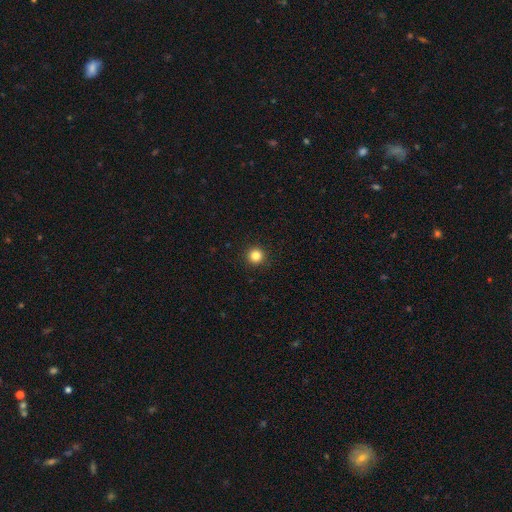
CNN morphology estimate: Q: Smooth or featured?
A: smooth (84%); runner-up: star or artifact (12%)
Q: How rounded?
A: round (96%); runner-up: in between (3%)
Q: Merging?
A: none (93%); runner-up: minor disturbance (4%)